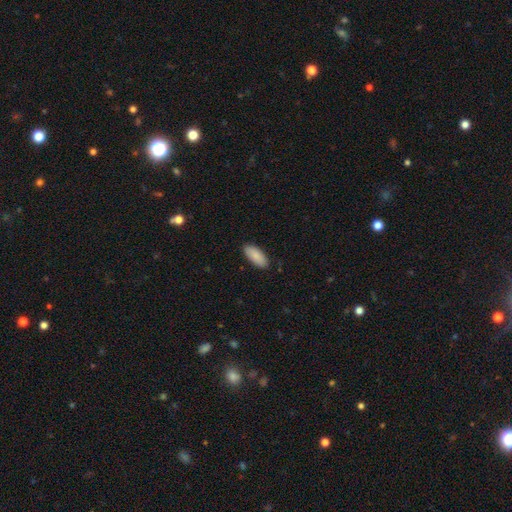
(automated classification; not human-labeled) Smooth or featured? Predicted: smooth (p=0.89). How rounded? Predicted: in between (p=0.88). Merging? Predicted: none (p=0.87).